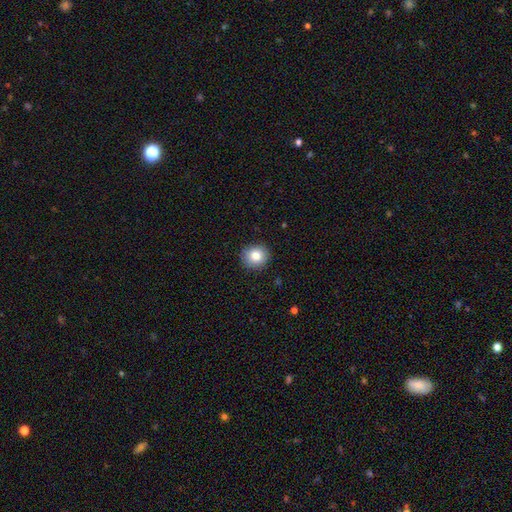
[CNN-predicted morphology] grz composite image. It shows a smooth galaxy with no disk features (82%) that is round (87%). Merging: none (90%).